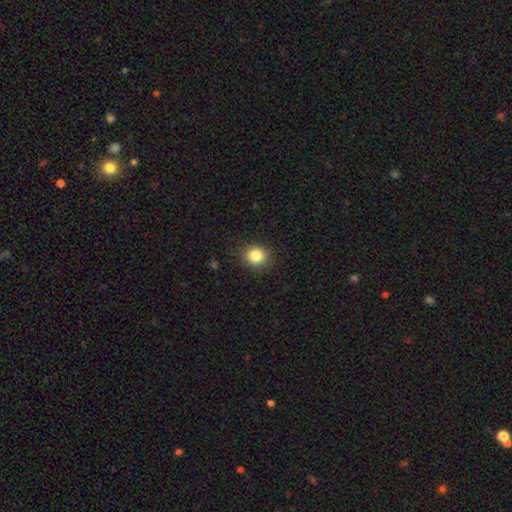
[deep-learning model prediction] Q: Smooth or featured?
A: smooth (83%); runner-up: star or artifact (11%)
Q: How rounded?
A: round (79%); runner-up: in between (20%)
Q: Merging?
A: none (88%); runner-up: minor disturbance (8%)